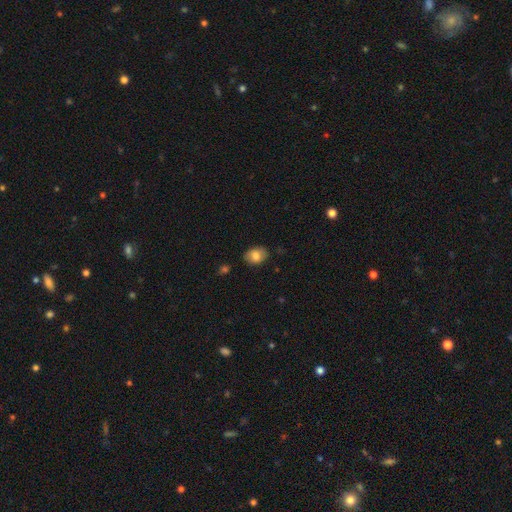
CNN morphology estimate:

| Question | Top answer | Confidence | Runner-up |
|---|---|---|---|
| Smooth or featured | smooth | 79% | featured or disk (13%) |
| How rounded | in between | 74% | round (25%) |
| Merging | none | 80% | minor disturbance (15%) |